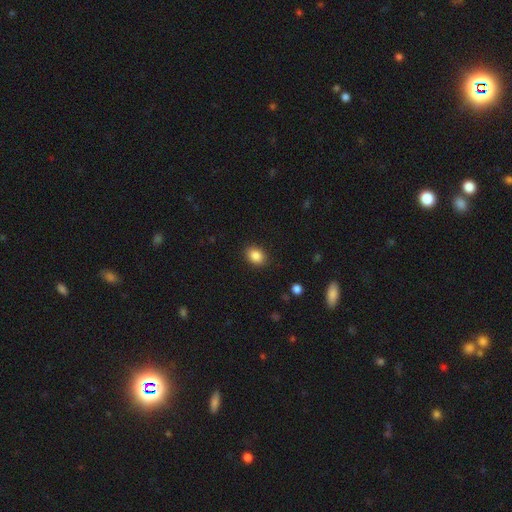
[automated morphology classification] smooth 87%, star or artifact 9%, featured or disk 5%. Down the decision tree: how rounded — in between (66%); merging — none (87%).